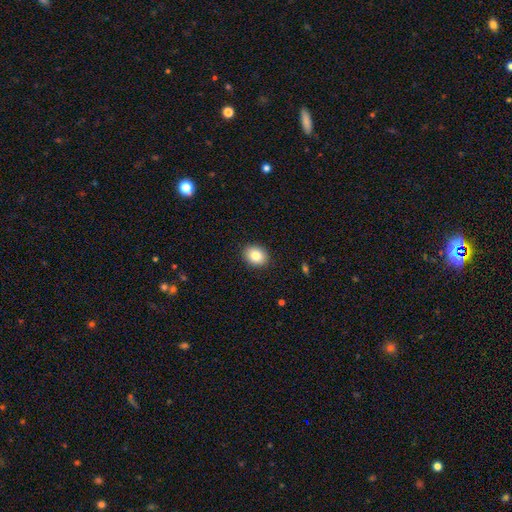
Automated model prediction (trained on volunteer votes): A smooth galaxy with no disk features (85%) that is in between round and cigar-shaped (58%).

Vote fractions:
- Smooth or featured? smooth: 85% / star or artifact: 8% / featured or disk: 7%
- How rounded? in between: 58% / round: 41% / cigar-shaped: 1%
- Merging? none: 90% / minor disturbance: 7% / major disturbance: 2% / merger: 1%